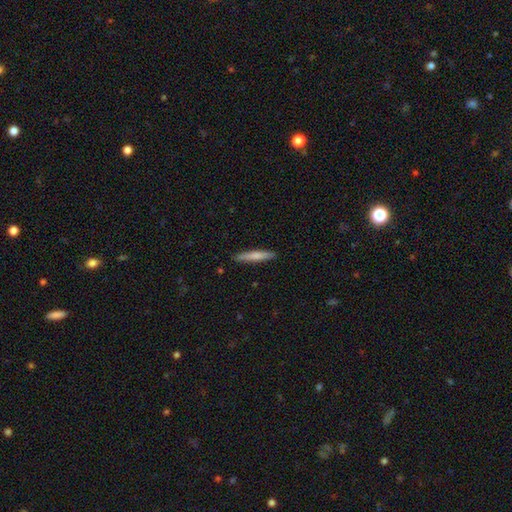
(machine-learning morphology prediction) Q: Smooth or featured?
A: smooth (70%); runner-up: featured or disk (25%)
Q: How rounded?
A: cigar-shaped (93%); runner-up: in between (6%)
Q: Merging?
A: none (90%); runner-up: minor disturbance (7%)